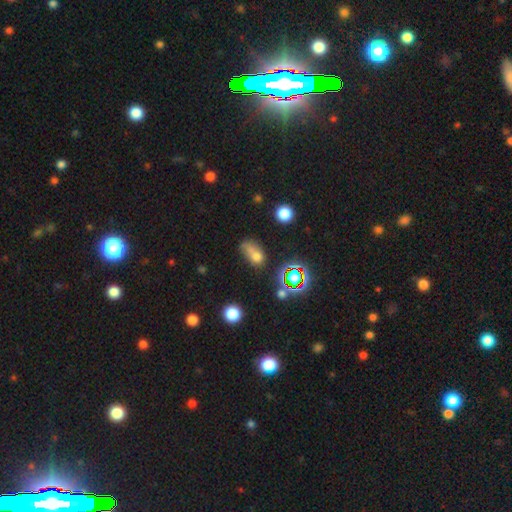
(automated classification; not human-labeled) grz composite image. It shows a smooth galaxy with no disk features (59%) that is in between round and cigar-shaped (72%). Merging: none (32%).